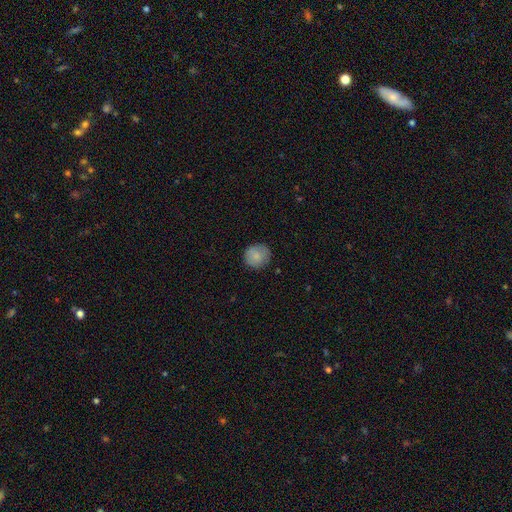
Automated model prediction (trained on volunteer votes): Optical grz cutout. It shows a smooth galaxy with no disk features (84%) that is round (91%). Merging: none (82%).